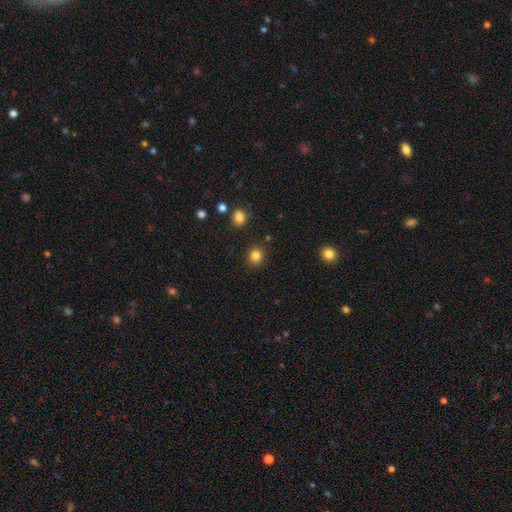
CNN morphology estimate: smooth_or_featured: smooth (p=0.83) [alt: star or artifact p=0.12]
how_rounded: round (p=0.83) [alt: in between p=0.17]
merging: none (p=0.88) [alt: minor disturbance p=0.07]